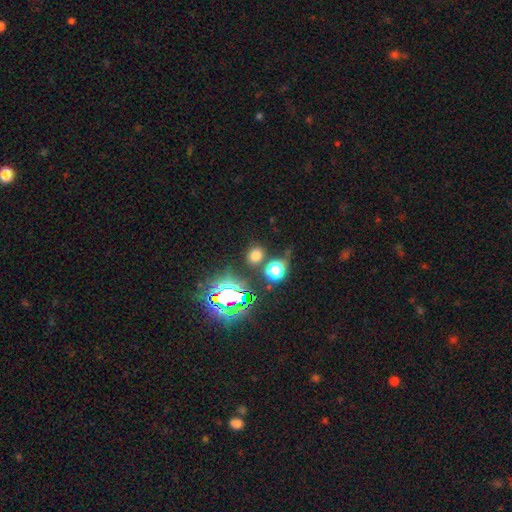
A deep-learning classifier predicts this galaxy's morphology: smooth_or_featured: smooth (p=0.66) [alt: star or artifact p=0.27]
how_rounded: round (p=0.69) [alt: in between p=0.29]
merging: none (p=0.78) [alt: minor disturbance p=0.09]